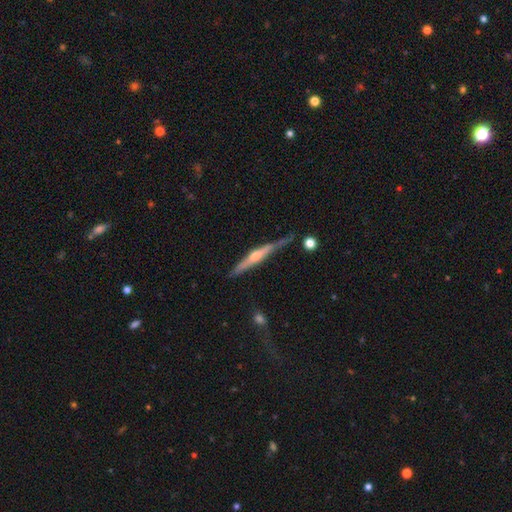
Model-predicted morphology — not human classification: Smooth or featured? featured or disk (68%)
Edge-on disk? yes (96%)
Edge-on bulge? rounded (78%)
Merging? none (66%)